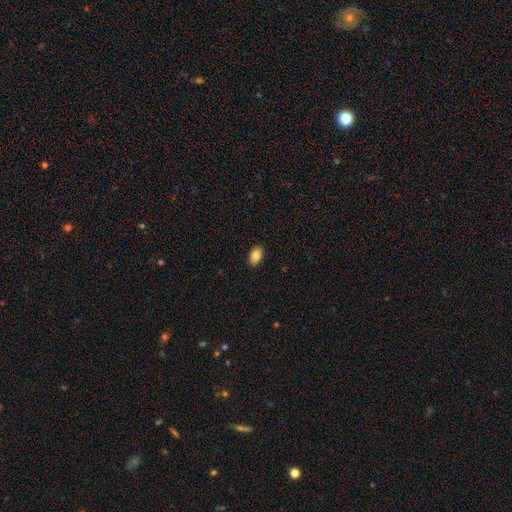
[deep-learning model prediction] Smooth or featured?
  - smooth: 84% *
  - star or artifact: 8%
  - featured or disk: 8%
How rounded?
  - in between: 91% *
  - round: 7%
  - cigar-shaped: 2%
Merging?
  - none: 90% *
  - minor disturbance: 7%
  - major disturbance: 2%
  - merger: 1%